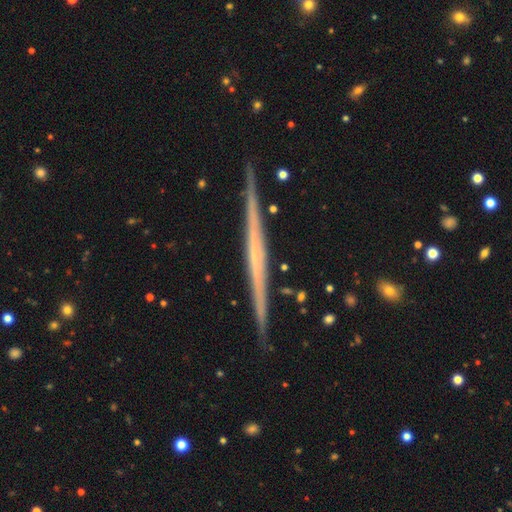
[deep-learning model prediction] This is likely a featured or disk galaxy (75%). It is clearly viewed edge-on (98%). Edge-on bulge: clearly none (81%). Merging: clearly none (91%).